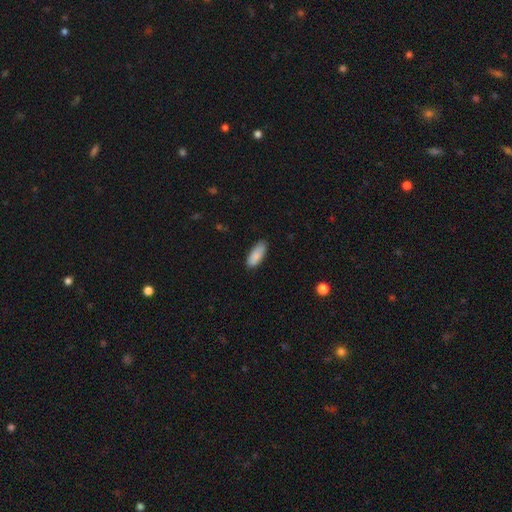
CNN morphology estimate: The model was most divided on "how rounded": in between: 80%, cigar-shaped: 18%, round: 2%. More confident: smooth or featured — smooth (88%); merging — none (84%).